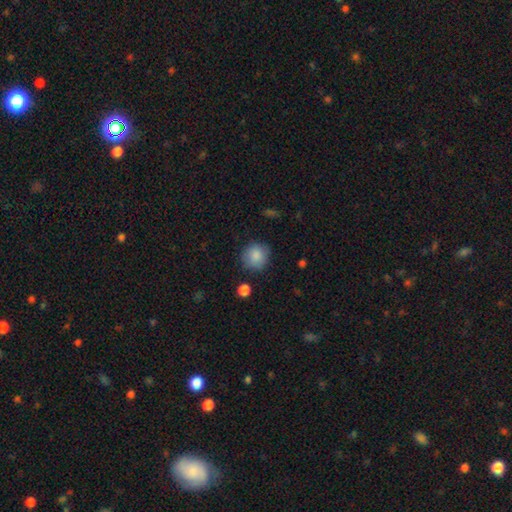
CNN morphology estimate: Smooth or featured? Predicted: smooth (p=0.87). How rounded? Predicted: round (p=0.90). Merging? Predicted: none (p=0.83).